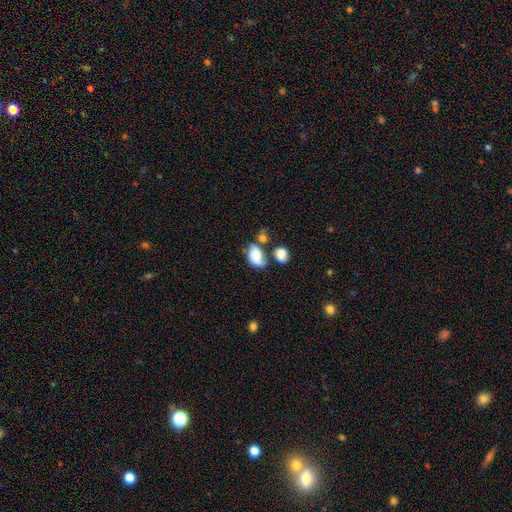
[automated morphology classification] smooth 62%, featured or disk 28%, star or artifact 10%. Down the decision tree: how rounded — in between (82%); merging — none (33%).